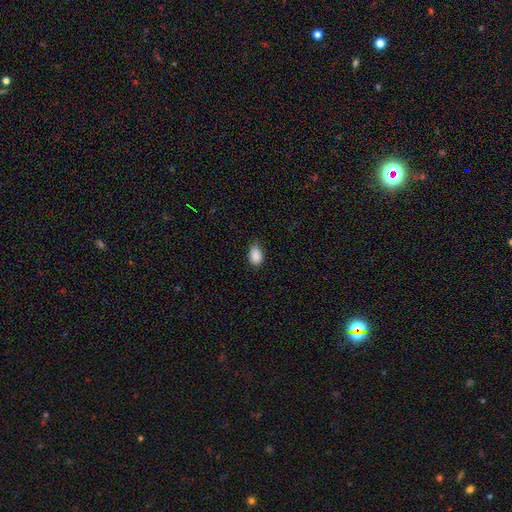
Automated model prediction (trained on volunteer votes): This appears to be a smooth galaxy with no disk features (89%) that is in between round and cigar-shaped (86%). Merging: none (70%).